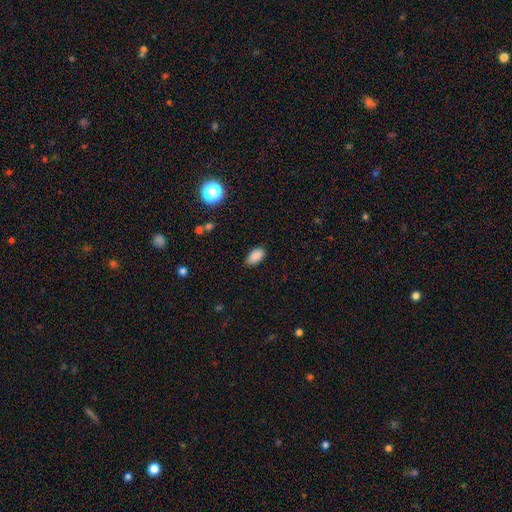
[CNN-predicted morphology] A smooth galaxy with no disk features (88%) that is in between round and cigar-shaped (93%). Merging: none (84%).